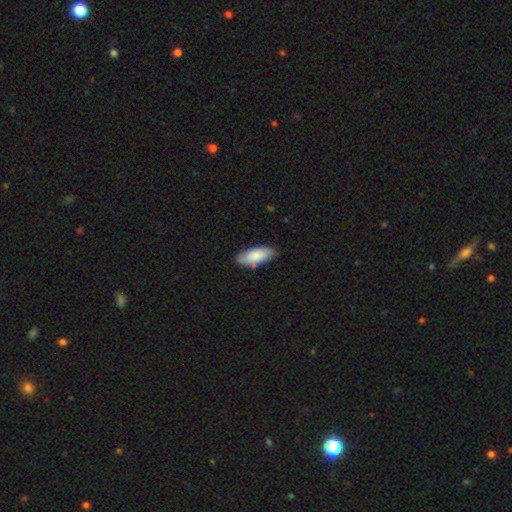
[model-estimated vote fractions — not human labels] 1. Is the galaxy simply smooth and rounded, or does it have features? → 84% smooth, 11% featured or disk, 6% star or artifact.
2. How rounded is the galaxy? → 80% in between, 18% cigar-shaped, 2% round.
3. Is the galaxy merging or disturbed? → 80% none, 15% minor disturbance, 2% major disturbance, 2% merger.